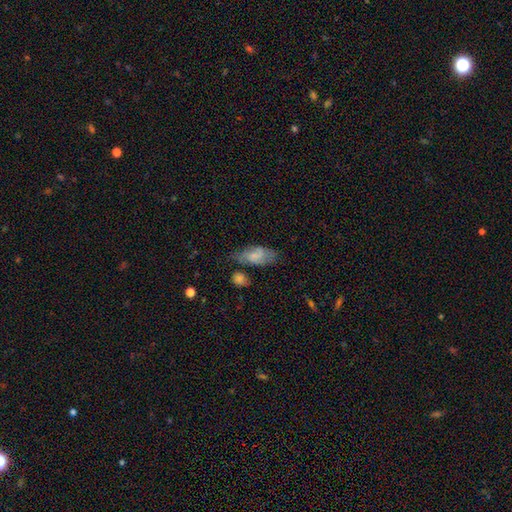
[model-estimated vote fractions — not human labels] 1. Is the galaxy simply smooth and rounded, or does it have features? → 59% smooth, 32% featured or disk, 8% star or artifact.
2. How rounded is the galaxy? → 87% in between, 8% cigar-shaped, 4% round.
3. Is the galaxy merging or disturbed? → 47% none, 30% minor disturbance, 14% major disturbance, 9% merger.